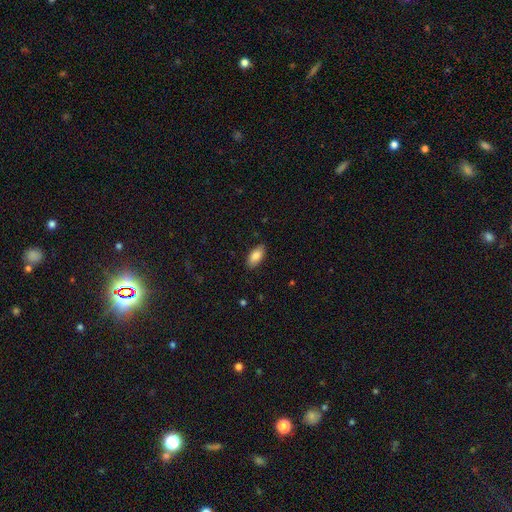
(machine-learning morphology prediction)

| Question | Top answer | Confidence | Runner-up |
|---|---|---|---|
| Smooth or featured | smooth | 84% | featured or disk (10%) |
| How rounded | in between | 92% | cigar-shaped (5%) |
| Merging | none | 86% | minor disturbance (11%) |